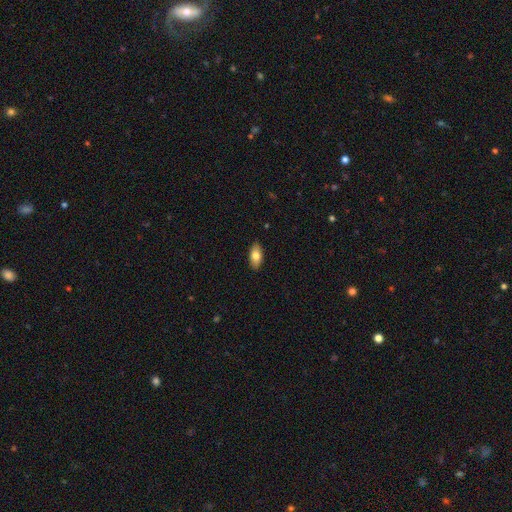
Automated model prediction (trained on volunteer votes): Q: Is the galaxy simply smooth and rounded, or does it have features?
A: smooth — 79%.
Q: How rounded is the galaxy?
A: in between — 90%.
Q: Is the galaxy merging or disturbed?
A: none — 89%.